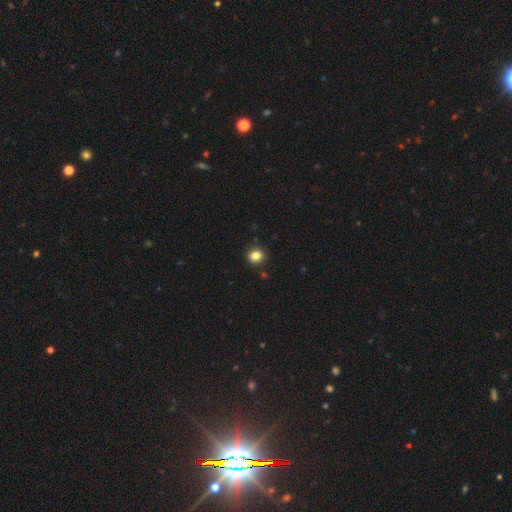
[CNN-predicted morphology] Smooth or featured? Predicted: smooth (p=0.83). How rounded? Predicted: round (p=0.85). Merging? Predicted: none (p=0.90).